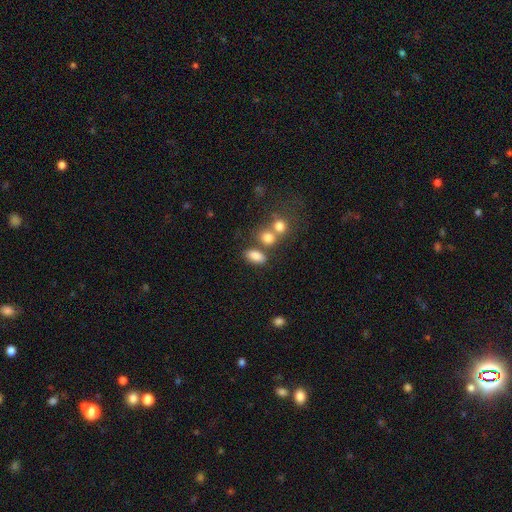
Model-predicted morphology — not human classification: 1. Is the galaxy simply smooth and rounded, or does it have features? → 83% smooth, 10% star or artifact, 7% featured or disk.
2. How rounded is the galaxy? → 86% in between, 11% round, 3% cigar-shaped.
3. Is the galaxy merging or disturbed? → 59% none, 24% merger, 12% minor disturbance, 5% major disturbance.